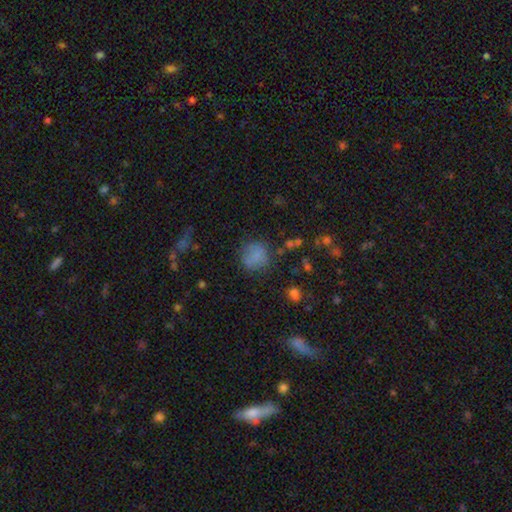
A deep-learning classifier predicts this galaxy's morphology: Overall: smooth (75%). How rounded: round (82%). Merging: none (72%).